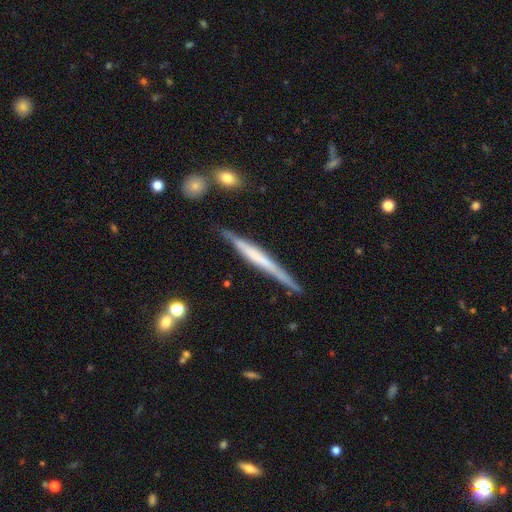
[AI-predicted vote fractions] smooth_or_featured: featured or disk (p=0.62) [alt: smooth p=0.31]
disk_edge_on: yes (p=0.97) [alt: no p=0.03]
edge_on_bulge: none (p=0.68) [alt: rounded p=0.18]
merging: none (p=0.83) [alt: minor disturbance p=0.12]